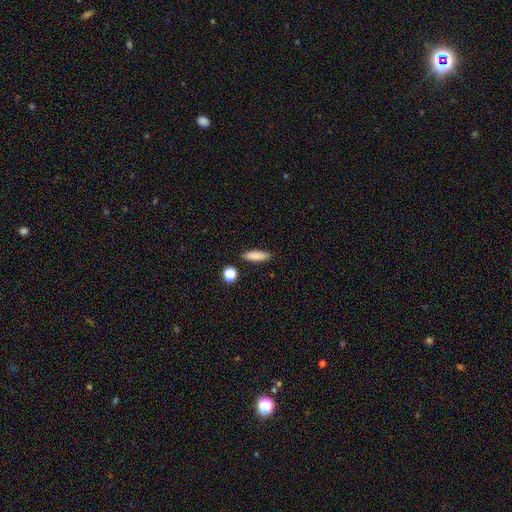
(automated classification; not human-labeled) Q: Smooth or featured?
A: smooth (84%); runner-up: featured or disk (8%)
Q: How rounded?
A: cigar-shaped (58%); runner-up: in between (39%)
Q: Merging?
A: none (86%); runner-up: minor disturbance (8%)